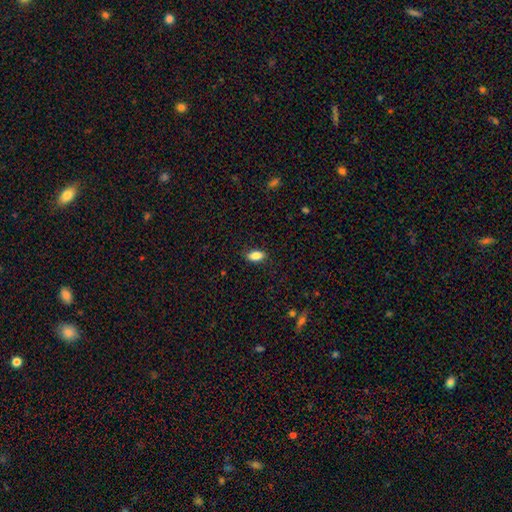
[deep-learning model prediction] smooth_or_featured: smooth (p=0.87) [alt: star or artifact p=0.08]
how_rounded: in between (p=0.90) [alt: cigar-shaped p=0.06]
merging: none (p=0.86) [alt: minor disturbance p=0.10]